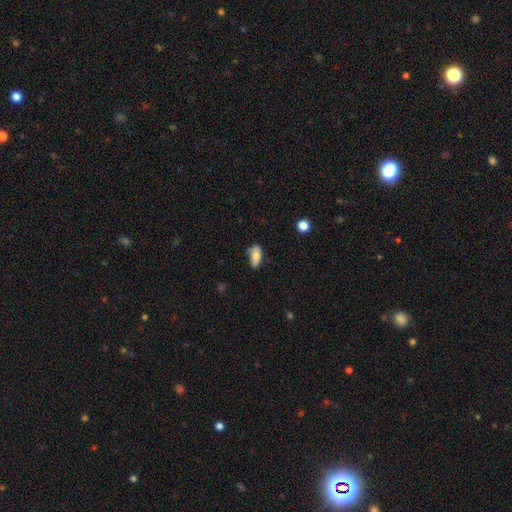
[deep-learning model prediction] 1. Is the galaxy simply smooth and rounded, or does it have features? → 85% smooth, 8% featured or disk, 7% star or artifact.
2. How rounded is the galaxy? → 87% in between, 10% cigar-shaped, 3% round.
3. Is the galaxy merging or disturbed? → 69% none, 24% minor disturbance, 5% major disturbance, 3% merger.